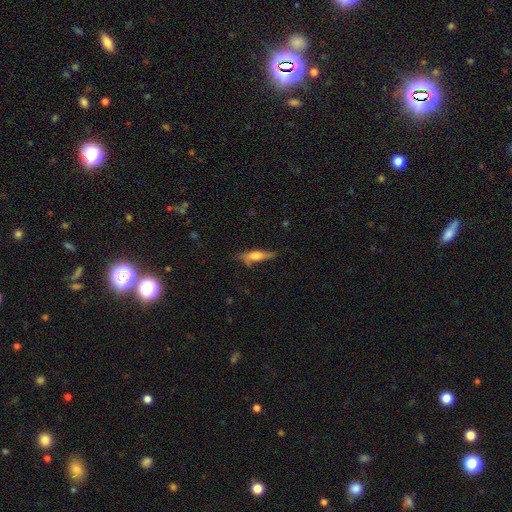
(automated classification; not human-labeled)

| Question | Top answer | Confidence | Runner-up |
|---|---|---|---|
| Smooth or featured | smooth | 52% | featured or disk (41%) |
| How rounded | cigar-shaped | 70% | in between (28%) |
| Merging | none | 64% | minor disturbance (25%) |